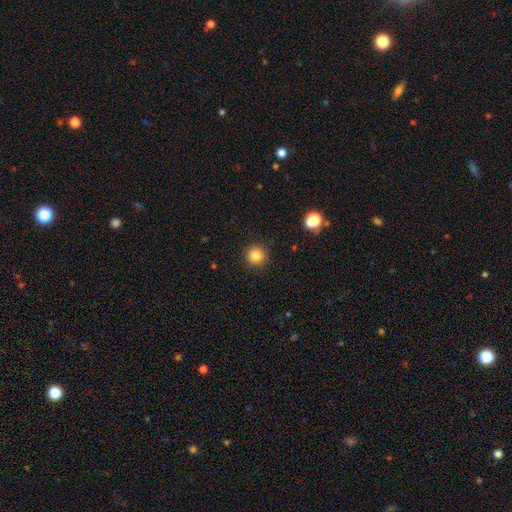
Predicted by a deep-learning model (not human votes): smooth_or_featured: smooth (p=0.84) [alt: star or artifact p=0.11]
how_rounded: round (p=0.94) [alt: in between p=0.05]
merging: none (p=0.91) [alt: minor disturbance p=0.06]